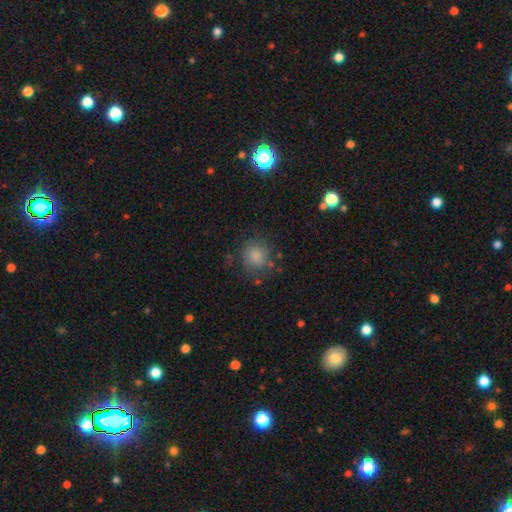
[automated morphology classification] Smooth or featured? smooth (80%)
How rounded? round (86%)
Merging? none (71%)